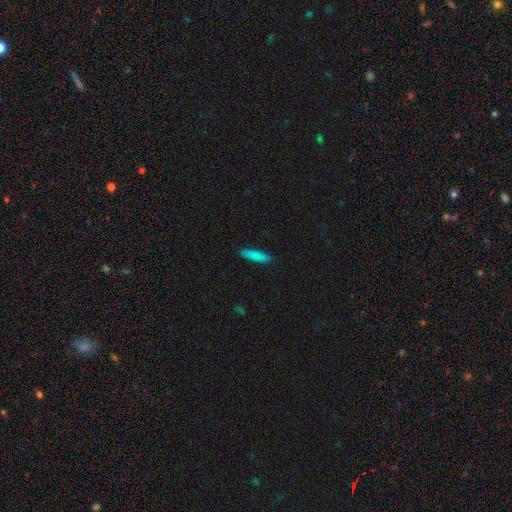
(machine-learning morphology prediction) Smooth or featured? Predicted: smooth (p=0.84). How rounded? Predicted: cigar-shaped (p=0.76). Merging? Predicted: none (p=0.89).